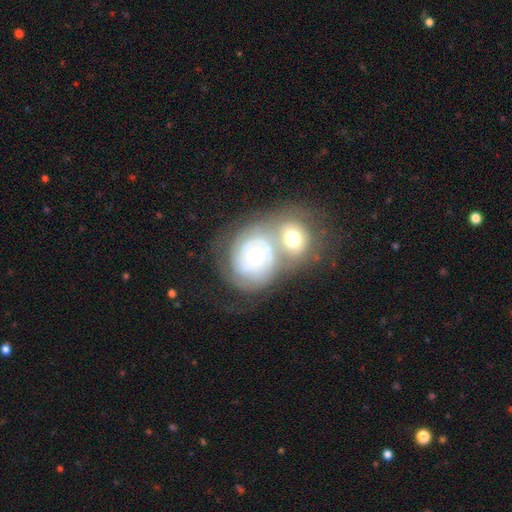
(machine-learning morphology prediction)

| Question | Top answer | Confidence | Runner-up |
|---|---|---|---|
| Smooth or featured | featured or disk | 74% | smooth (20%) |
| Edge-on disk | no | 97% | yes (3%) |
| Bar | no | 83% | weak (14%) |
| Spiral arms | yes | 81% | no (19%) |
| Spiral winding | tight | 74% | medium (19%) |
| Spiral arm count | can't tell | 40% | 2 (31%) |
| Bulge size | moderate | 60% | small (32%) |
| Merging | merger | 51% | none (30%) |